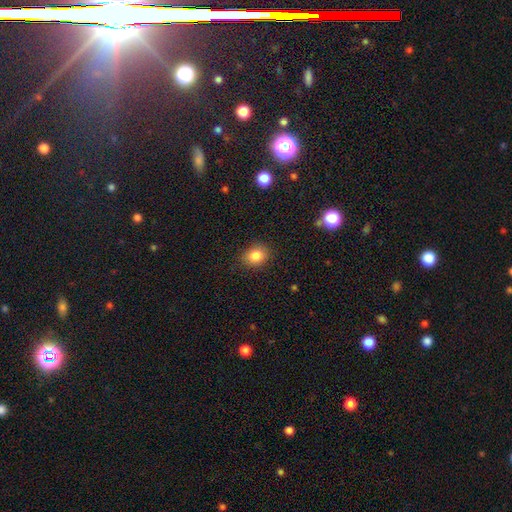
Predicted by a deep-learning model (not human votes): This is clearly a smooth galaxy (83%). How rounded: possibly round (53%). Merging: clearly none (86%).